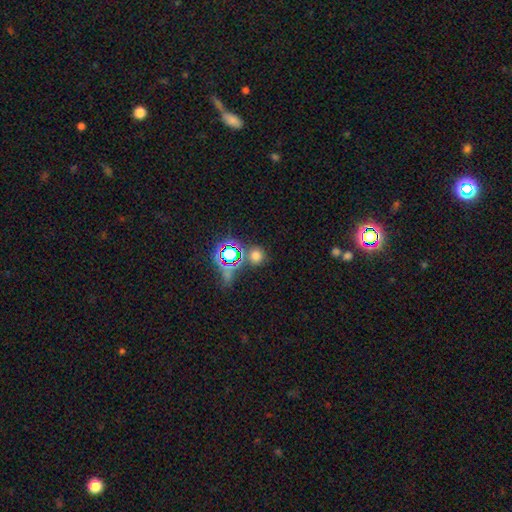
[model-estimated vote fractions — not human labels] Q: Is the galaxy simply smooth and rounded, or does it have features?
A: smooth — 63%.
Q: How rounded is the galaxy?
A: round — 89%.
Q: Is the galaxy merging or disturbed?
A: none — 76%.